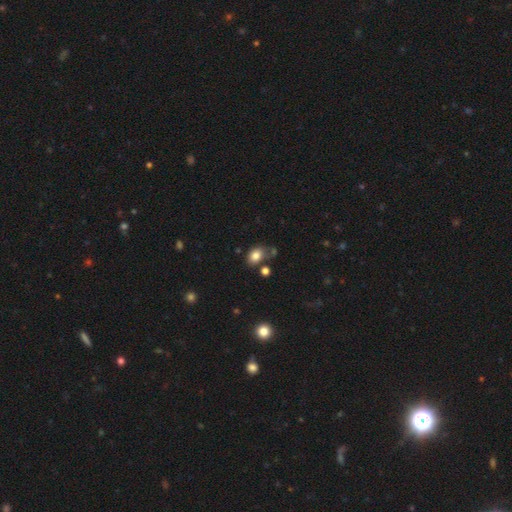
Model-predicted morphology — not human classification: type=smooth (82%); roundness=in between (71%); merging=none (62%).